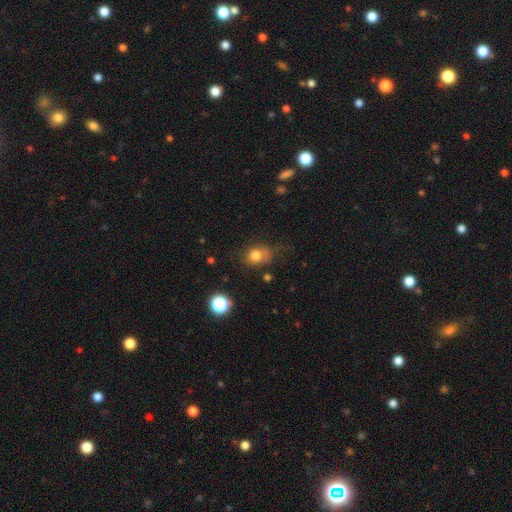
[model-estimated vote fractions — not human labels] Smooth or featured? Predicted: smooth (p=0.77). How rounded? Predicted: round (p=0.56). Merging? Predicted: none (p=0.53).